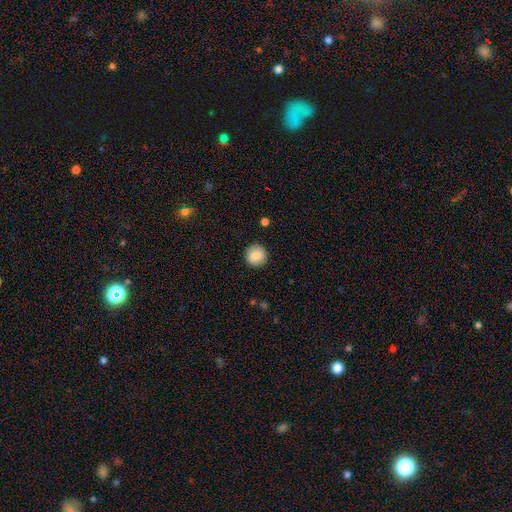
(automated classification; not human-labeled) Smooth or featured? Predicted: smooth (p=0.81). How rounded? Predicted: round (p=0.92). Merging? Predicted: none (p=0.89).